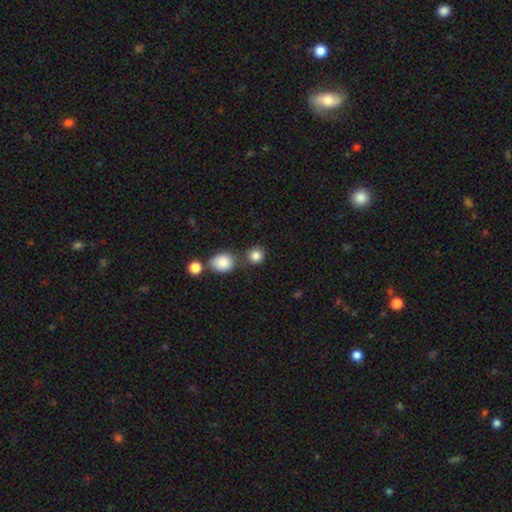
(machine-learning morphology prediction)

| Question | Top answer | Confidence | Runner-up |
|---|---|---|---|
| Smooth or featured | smooth | 85% | star or artifact (10%) |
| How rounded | round | 87% | in between (12%) |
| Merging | none | 71% | merger (16%) |